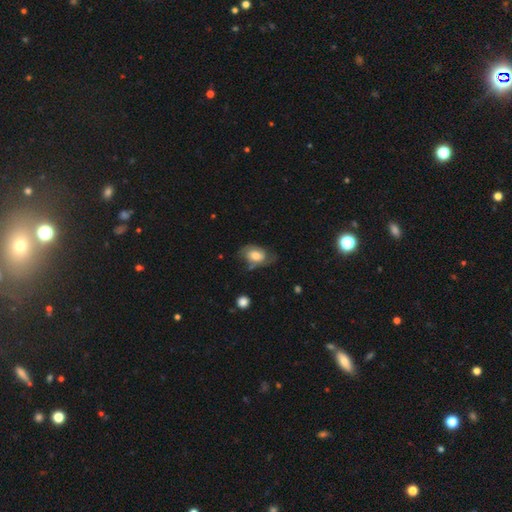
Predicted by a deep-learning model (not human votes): Smooth or featured? Predicted: smooth (p=0.51). How rounded? Predicted: in between (p=0.79). Merging? Predicted: none (p=0.52).